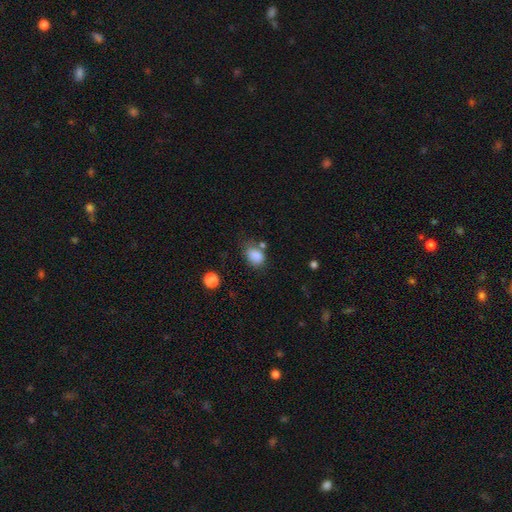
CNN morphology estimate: smooth_or_featured: smooth (p=0.84) [alt: star or artifact p=0.11]
how_rounded: in between (p=0.70) [alt: round p=0.29]
merging: none (p=0.55) [alt: minor disturbance p=0.25]